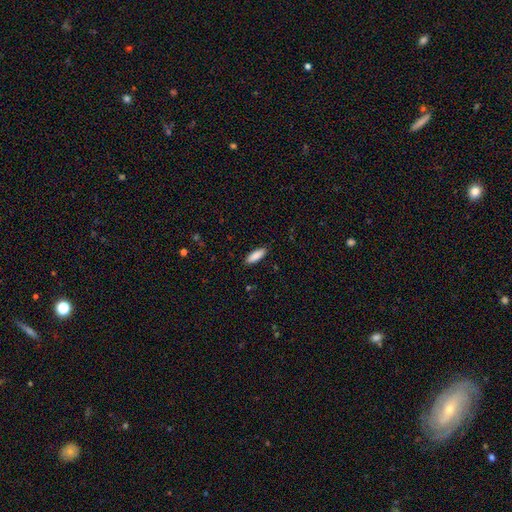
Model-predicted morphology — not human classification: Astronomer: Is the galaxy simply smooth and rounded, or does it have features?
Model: smooth — 89%.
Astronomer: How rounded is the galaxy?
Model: in between — 58% (runner-up: cigar-shaped, 40%).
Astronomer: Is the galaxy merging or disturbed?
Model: none — 89%.